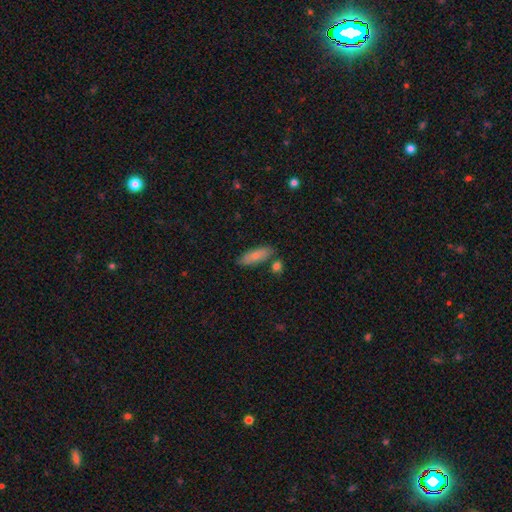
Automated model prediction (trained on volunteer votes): Smooth or featured?
  - smooth: 84% *
  - featured or disk: 10%
  - star or artifact: 6%
How rounded?
  - in between: 56% *
  - cigar-shaped: 41%
  - round: 2%
Merging?
  - none: 79% *
  - minor disturbance: 12%
  - merger: 6%
  - major disturbance: 3%